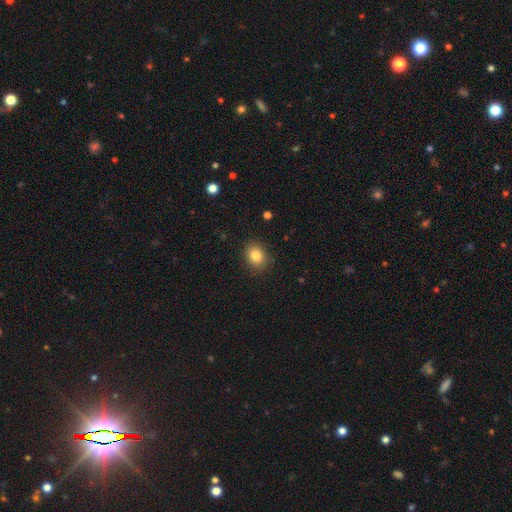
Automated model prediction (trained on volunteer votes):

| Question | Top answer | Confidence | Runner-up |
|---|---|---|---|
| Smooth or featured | smooth | 83% | star or artifact (10%) |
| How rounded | round | 62% | in between (37%) |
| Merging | none | 89% | minor disturbance (8%) |